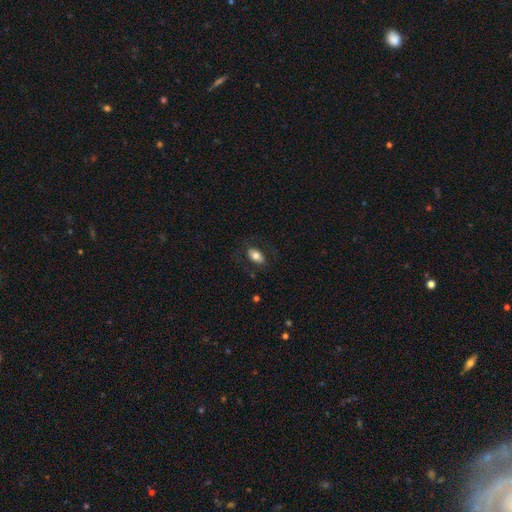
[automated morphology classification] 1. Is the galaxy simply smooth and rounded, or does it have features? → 73% smooth, 20% featured or disk, 7% star or artifact.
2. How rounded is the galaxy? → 91% in between, 6% round, 2% cigar-shaped.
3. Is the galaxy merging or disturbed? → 79% none, 13% minor disturbance, 6% major disturbance, 1% merger.